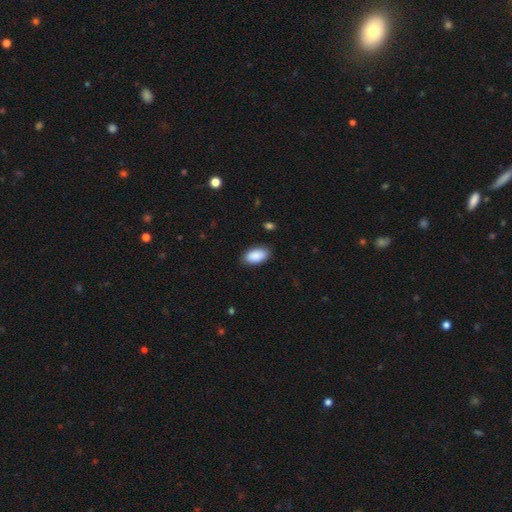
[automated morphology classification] This is clearly a smooth galaxy (90%). How rounded: clearly in between (95%). Merging: clearly none (86%).